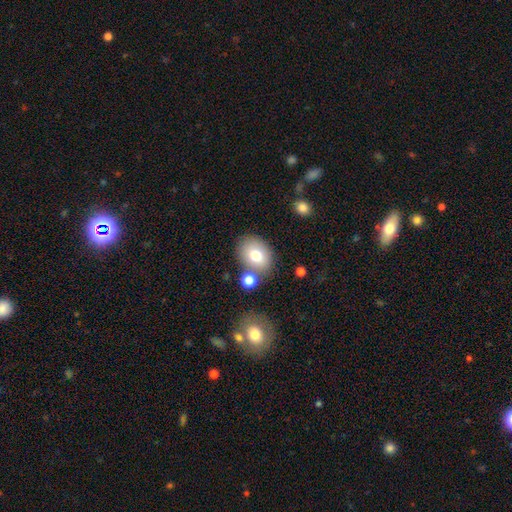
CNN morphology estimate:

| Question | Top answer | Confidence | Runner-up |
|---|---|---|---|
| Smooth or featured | smooth | 75% | featured or disk (16%) |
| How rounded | in between | 57% | round (42%) |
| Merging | none | 69% | minor disturbance (14%) |